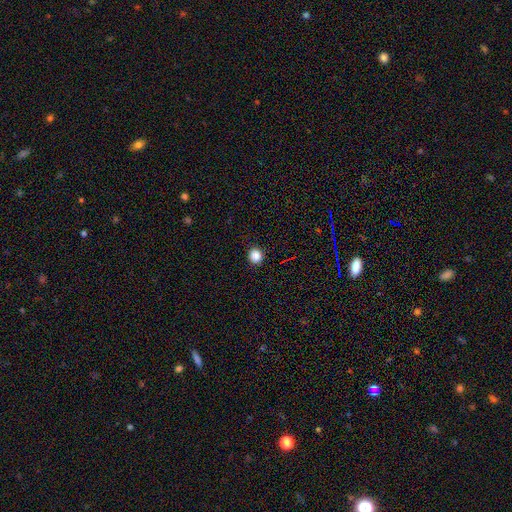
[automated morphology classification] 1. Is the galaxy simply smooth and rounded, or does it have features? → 86% smooth, 11% star or artifact, 3% featured or disk.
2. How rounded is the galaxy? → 89% round, 10% in between, 1% cigar-shaped.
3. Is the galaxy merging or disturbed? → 92% none, 5% minor disturbance, 2% major disturbance, 1% merger.